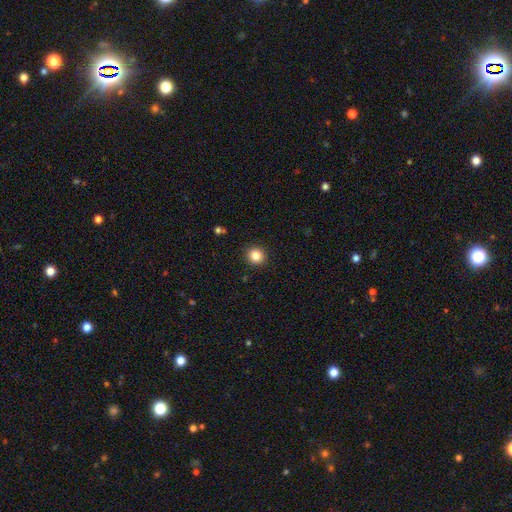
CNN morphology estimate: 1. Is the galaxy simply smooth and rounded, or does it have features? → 84% smooth, 11% star or artifact, 5% featured or disk.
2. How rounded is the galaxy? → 91% round, 8% in between, 1% cigar-shaped.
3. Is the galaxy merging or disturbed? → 92% none, 5% minor disturbance, 2% major disturbance, 1% merger.